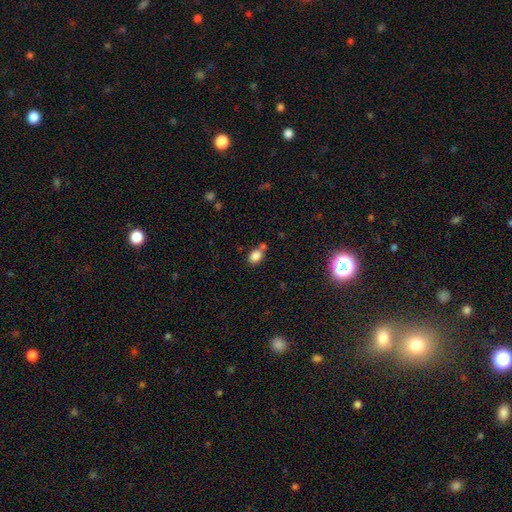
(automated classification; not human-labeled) Overall: smooth (84%). How rounded: in between (69%; round 30%). Merging: none (56%; merger 24%).